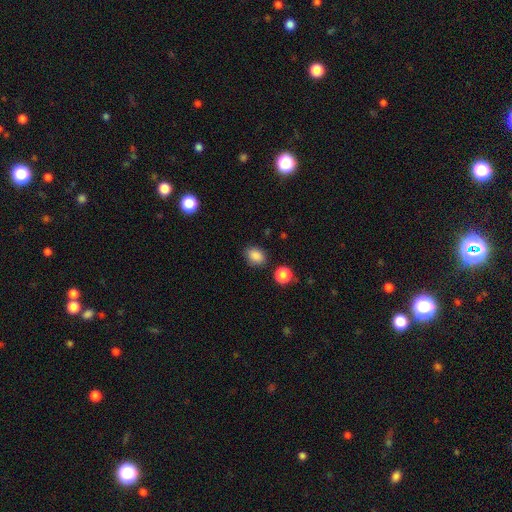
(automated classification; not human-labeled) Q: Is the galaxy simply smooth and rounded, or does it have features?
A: smooth — 86%.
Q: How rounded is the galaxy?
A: in between — 62%.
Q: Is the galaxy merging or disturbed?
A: none — 81%.